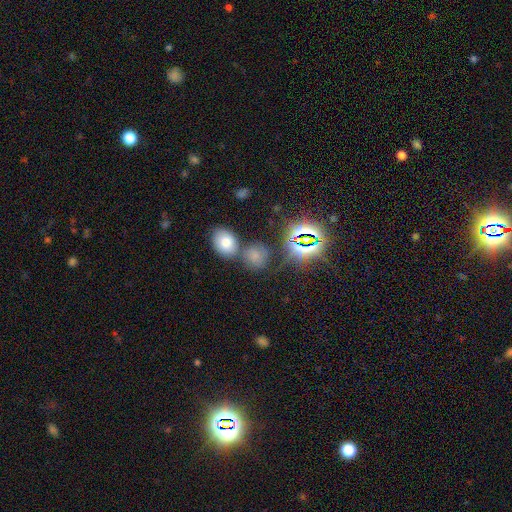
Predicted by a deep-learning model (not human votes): Overall: smooth (63%; star or artifact 27%). How rounded: round (72%). Merging: none (61%).